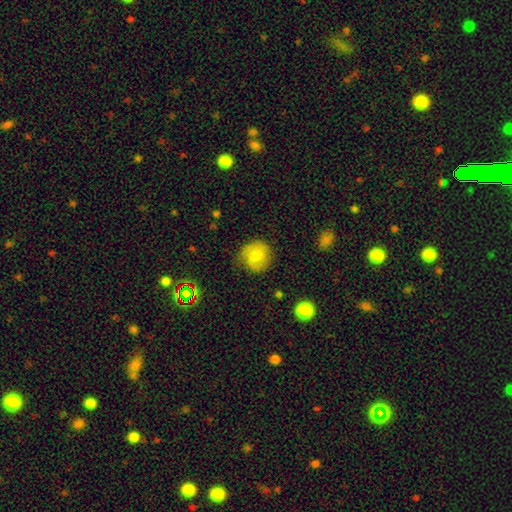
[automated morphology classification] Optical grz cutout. It shows a smooth galaxy with no disk features (49%). Merging: none (77%).